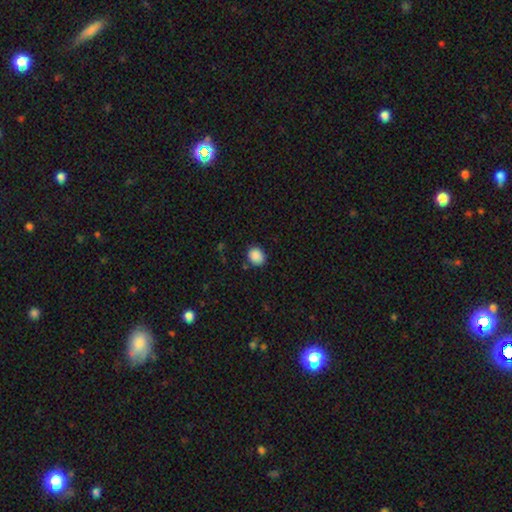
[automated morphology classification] Smooth or featured?
  - smooth: 88% *
  - star or artifact: 9%
  - featured or disk: 3%
How rounded?
  - round: 58% *
  - in between: 41%
  - cigar-shaped: 1%
Merging?
  - none: 84% *
  - minor disturbance: 11%
  - major disturbance: 3%
  - merger: 2%